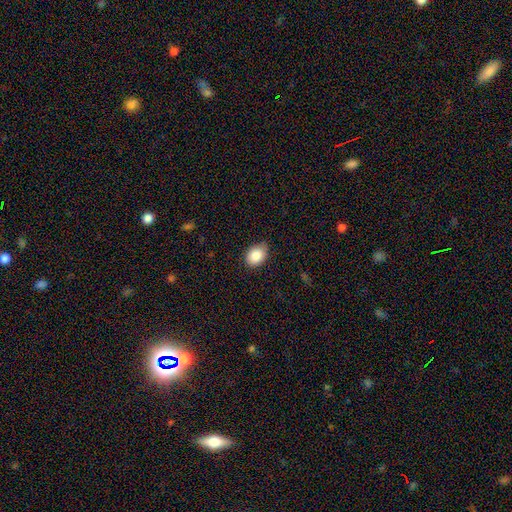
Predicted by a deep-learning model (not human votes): A smooth galaxy with no disk features (87%) that is in between round and cigar-shaped (74%). Merging: none (76%).